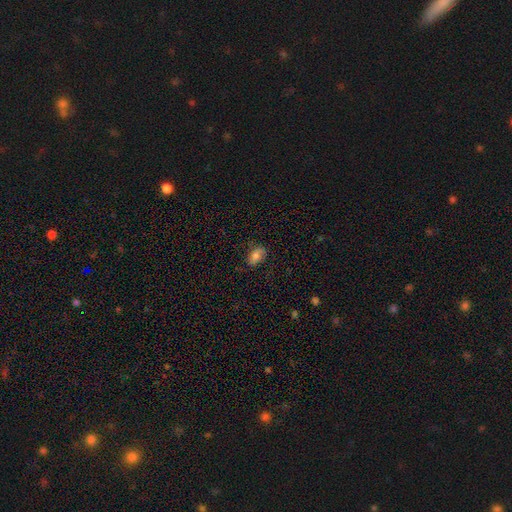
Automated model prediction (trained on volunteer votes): A smooth galaxy with no disk features (74%) that is in between round and cigar-shaped (88%).

Vote fractions:
- Smooth or featured? smooth: 74% / featured or disk: 18% / star or artifact: 9%
- How rounded? in between: 88% / round: 9% / cigar-shaped: 3%
- Merging? none: 78% / minor disturbance: 17% / major disturbance: 4% / merger: 1%